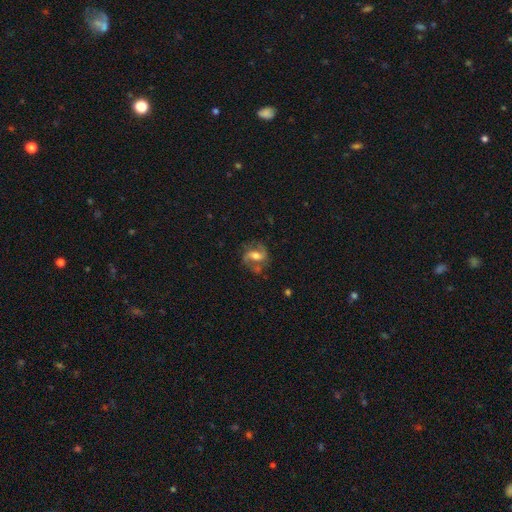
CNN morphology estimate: type=featured or disk (73%); edge-on=no (96%); bar=weak (42%); spiral arms=yes (90%); winding=medium (47%); arm count=2 (86%); bulge=moderate (62%); merging=none (64%).